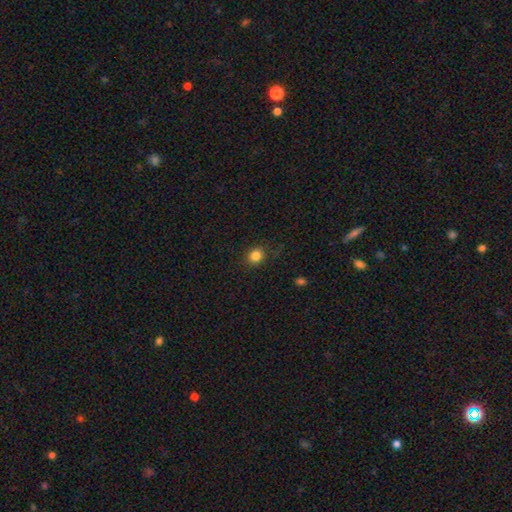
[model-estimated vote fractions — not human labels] smooth-or-featured: smooth: 84% | star or artifact: 12% | featured or disk: 5%
  how-rounded: round: 74% | in between: 25% | cigar-shaped: 1%
  merging: none: 86% | minor disturbance: 10% | major disturbance: 3% | merger: 1%